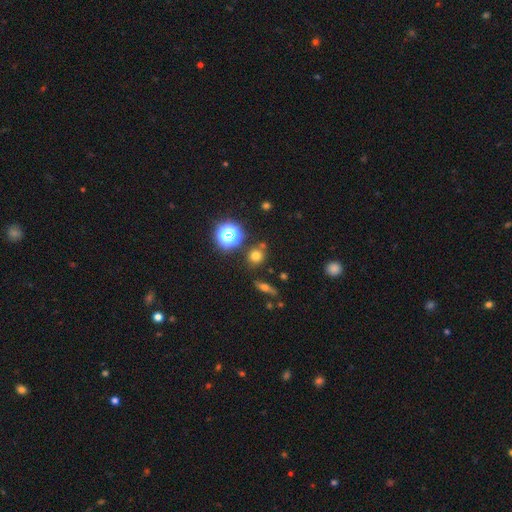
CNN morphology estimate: A smooth galaxy with no disk features (70%) that is round (86%).

Vote fractions:
- Smooth or featured? smooth: 70% / star or artifact: 21% / featured or disk: 10%
- How rounded? round: 86% / in between: 13% / cigar-shaped: 2%
- Merging? none: 80% / minor disturbance: 9% / merger: 7% / major disturbance: 3%